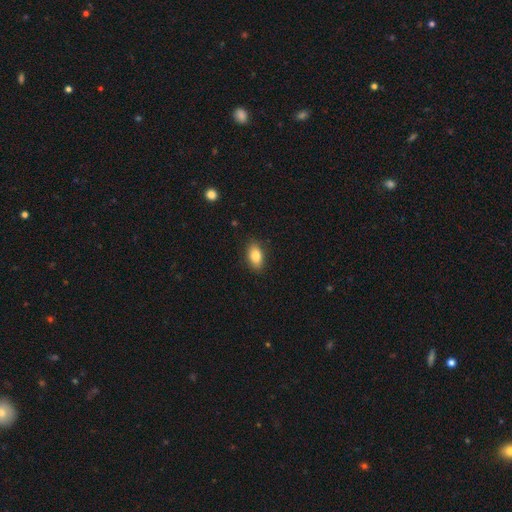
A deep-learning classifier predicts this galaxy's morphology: This is clearly a smooth galaxy (84%). How rounded: clearly in between (90%). Merging: clearly none (87%).